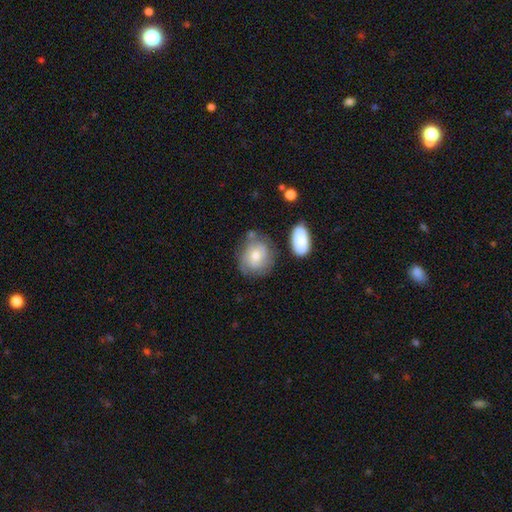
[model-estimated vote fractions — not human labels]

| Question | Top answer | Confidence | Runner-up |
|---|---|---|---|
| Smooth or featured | smooth | 57% | featured or disk (36%) |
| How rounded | round | 64% | in between (35%) |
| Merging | none | 59% | minor disturbance (24%) |